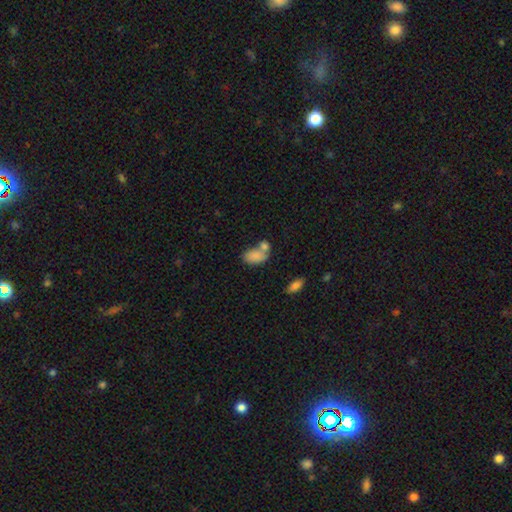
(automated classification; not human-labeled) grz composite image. It shows a smooth galaxy with no disk features (83%) that is in between round and cigar-shaped (90%). Merging: merger (43%).